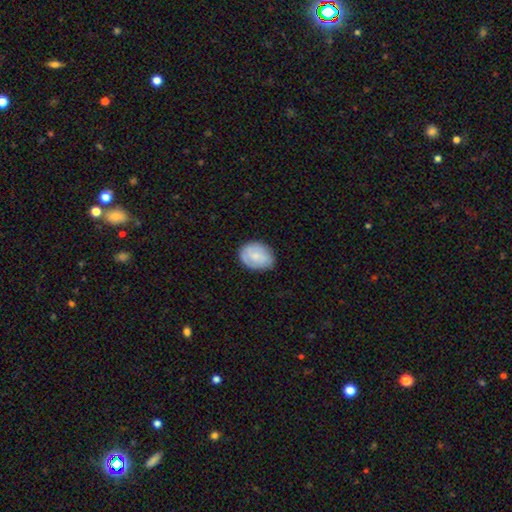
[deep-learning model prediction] Smooth or featured? Predicted: smooth (p=0.68). How rounded? Predicted: in between (p=0.65). Merging? Predicted: none (p=0.73).